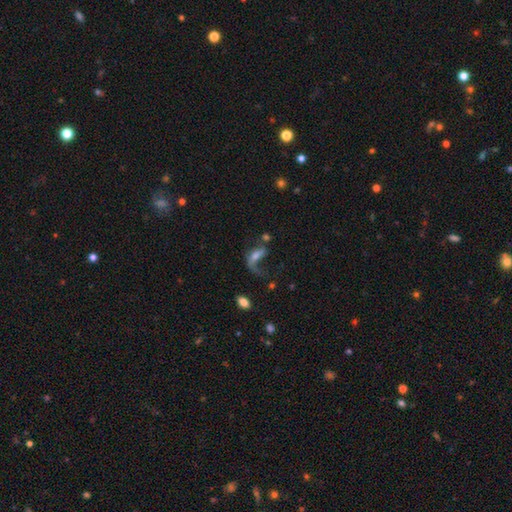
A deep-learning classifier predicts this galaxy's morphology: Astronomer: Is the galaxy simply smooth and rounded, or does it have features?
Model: featured or disk — 47% (runner-up: smooth, 41%).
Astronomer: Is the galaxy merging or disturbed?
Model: major disturbance — 50% (runner-up: none, 25%).